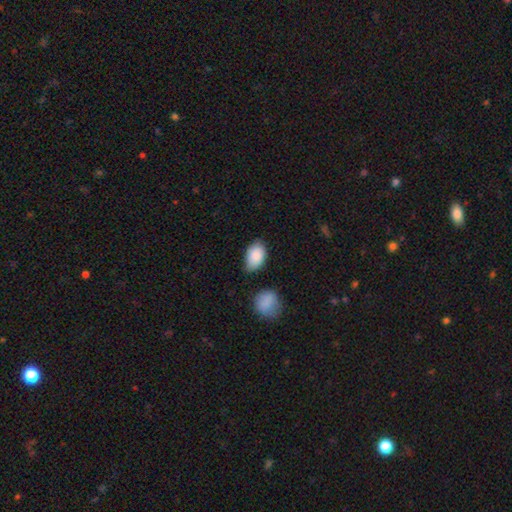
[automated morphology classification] This appears to be a smooth galaxy with no disk features (87%) that is in between round and cigar-shaped (89%). Merging: none (62%).